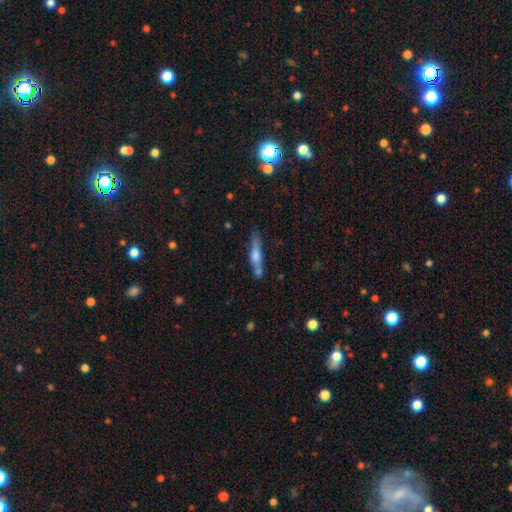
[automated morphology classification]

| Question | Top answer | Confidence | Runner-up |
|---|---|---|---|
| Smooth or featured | featured or disk | 49% | smooth (44%) |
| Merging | none | 66% | minor disturbance (19%) |